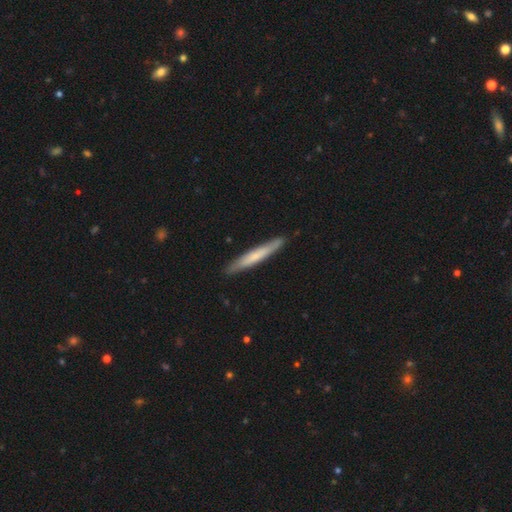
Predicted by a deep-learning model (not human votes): Smooth or featured?
  - smooth: 59% *
  - featured or disk: 35%
  - star or artifact: 5%
How rounded?
  - cigar-shaped: 96% *
  - in between: 3%
  - round: 1%
Merging?
  - none: 88% *
  - minor disturbance: 9%
  - major disturbance: 2%
  - merger: 1%